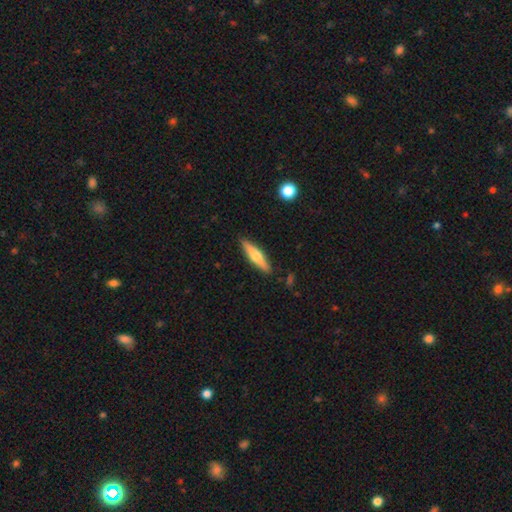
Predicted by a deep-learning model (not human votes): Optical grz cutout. It shows a smooth galaxy with no disk features (50%) that is cigar-shaped (76%). Merging: none (88%).